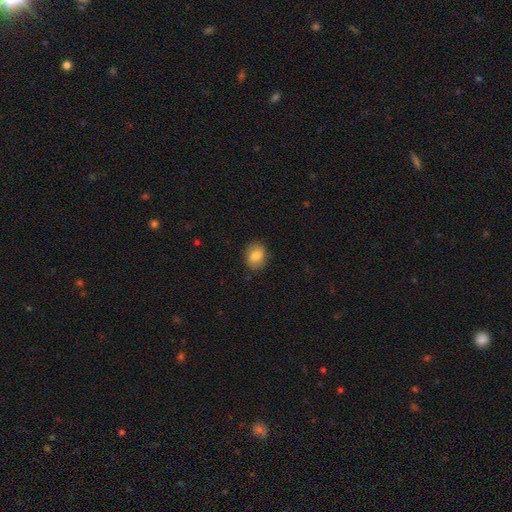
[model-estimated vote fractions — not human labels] The model was most divided on "how rounded": round: 51%, in between: 48%, cigar-shaped: 1%. More confident: merging — none (85%); smooth or featured — smooth (81%).